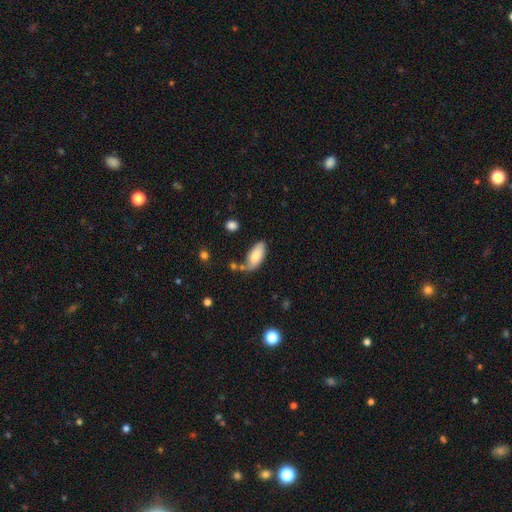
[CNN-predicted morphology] smooth 79%, featured or disk 14%, star or artifact 6%. Down the decision tree: how rounded — in between (90%); merging — none (55%).